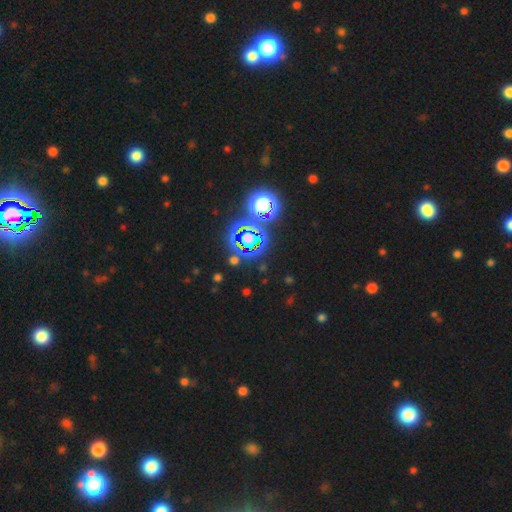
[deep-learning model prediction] Smooth or featured?
  - star or artifact: 80% *
  - smooth: 14%
  - featured or disk: 7%